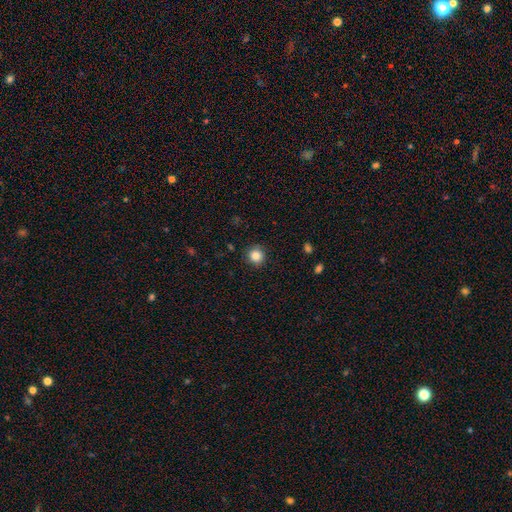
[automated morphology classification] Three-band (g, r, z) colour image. It shows a smooth galaxy with no disk features (85%) that is round (93%). Merging: none (89%).